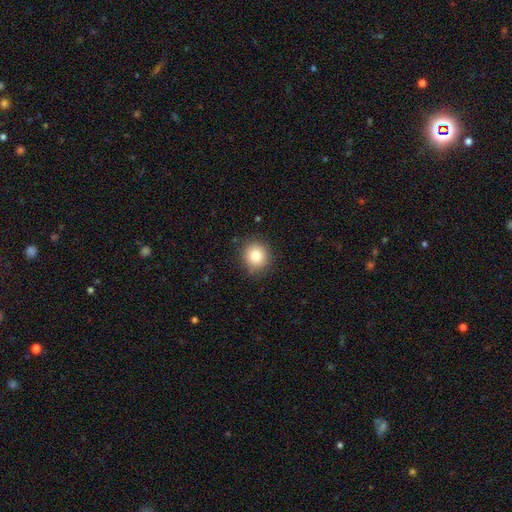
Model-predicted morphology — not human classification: This is clearly a smooth galaxy (83%). How rounded: clearly round (87%). Merging: clearly none (87%).